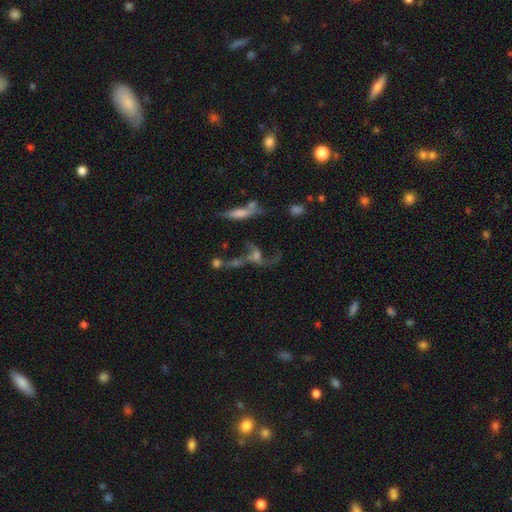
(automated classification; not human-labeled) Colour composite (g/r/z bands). It shows a featured or disk galaxy (58%) with no bar (64%), spiral arms (64%) and no central bulge (33%). Merging: merger (38%).